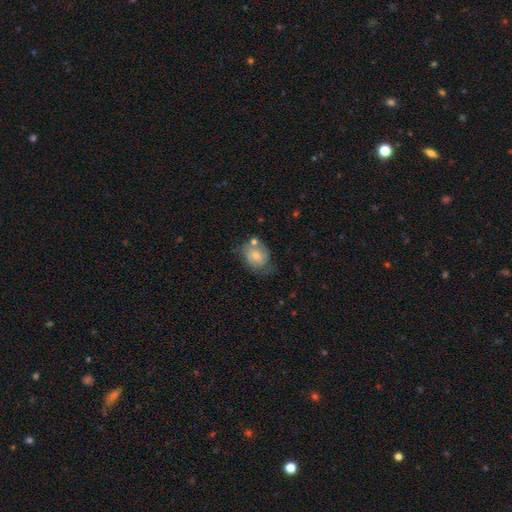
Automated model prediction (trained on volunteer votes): This appears to be a smooth galaxy with no disk features (57%) that is round (53%). Merging: none (48%).